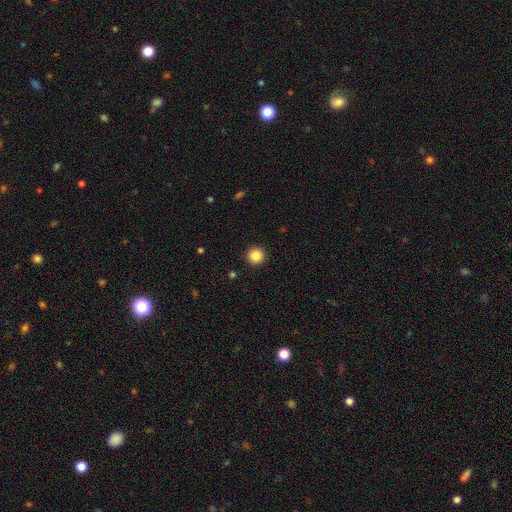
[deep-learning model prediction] smooth_or_featured: smooth (p=0.86) [alt: star or artifact p=0.10]
how_rounded: round (p=0.96) [alt: in between p=0.03]
merging: none (p=0.93) [alt: minor disturbance p=0.04]